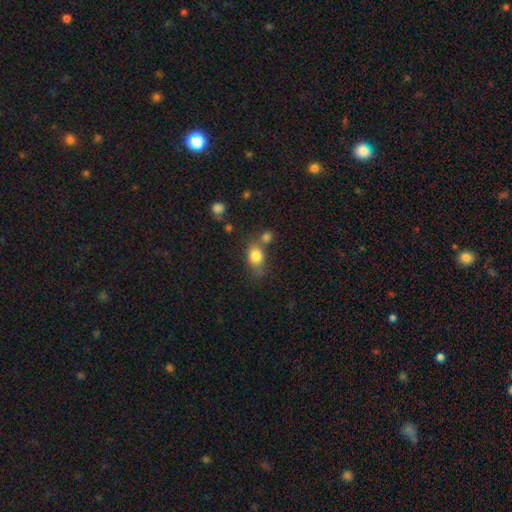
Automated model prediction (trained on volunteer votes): Q: Smooth or featured?
A: smooth (82%); runner-up: star or artifact (9%)
Q: How rounded?
A: in between (67%); runner-up: round (31%)
Q: Merging?
A: none (50%); runner-up: merger (26%)